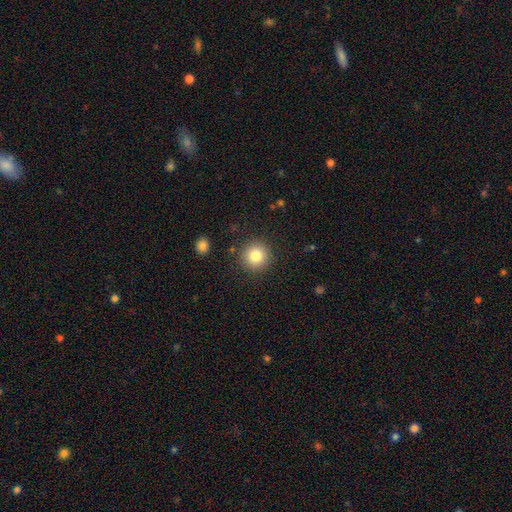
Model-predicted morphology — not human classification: Smooth or featured: smooth — 81% (star or artifact — 11%)
How rounded: round — 95% (in between — 4%)
Merging: none — 89% (minor disturbance — 6%)